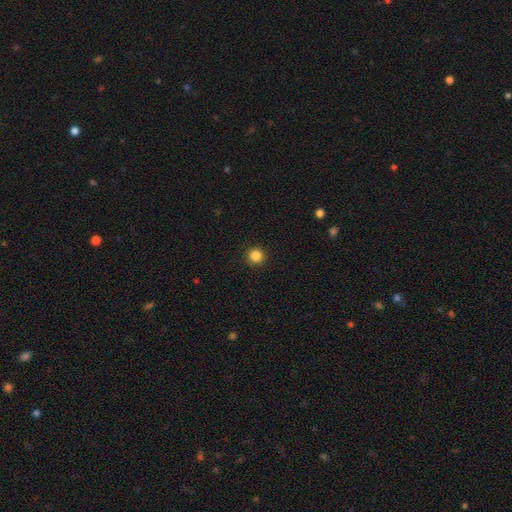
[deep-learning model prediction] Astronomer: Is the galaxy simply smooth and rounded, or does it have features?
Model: smooth — 85%.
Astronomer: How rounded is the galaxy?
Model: round — 96%.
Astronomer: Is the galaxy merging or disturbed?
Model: none — 93%.